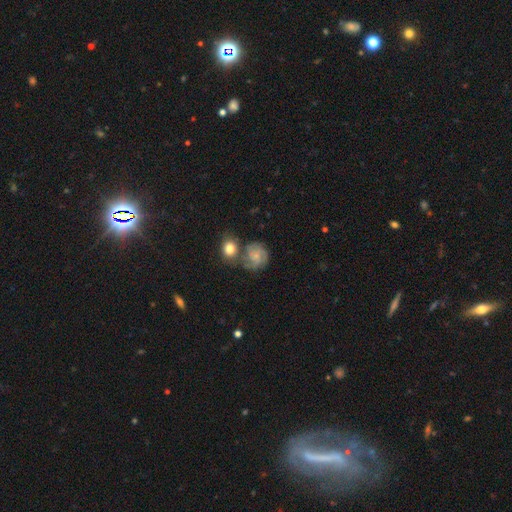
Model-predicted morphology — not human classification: featured or disk 49%, smooth 42%, star or artifact 9%. Down the decision tree: merging — none (46%).